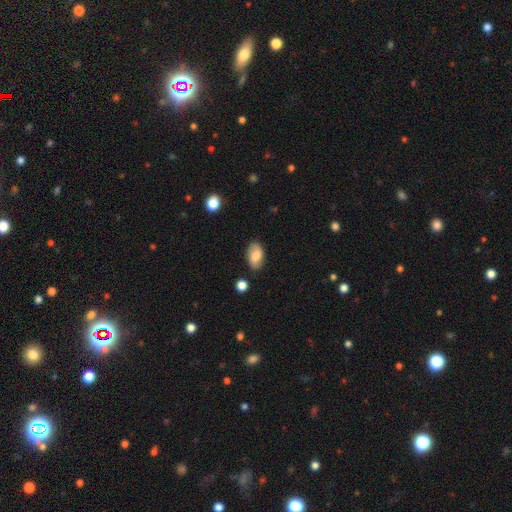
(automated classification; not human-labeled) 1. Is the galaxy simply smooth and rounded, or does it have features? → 71% smooth, 22% featured or disk, 8% star or artifact.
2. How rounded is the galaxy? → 92% in between, 6% round, 2% cigar-shaped.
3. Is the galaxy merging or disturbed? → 79% none, 16% minor disturbance, 3% major disturbance, 2% merger.